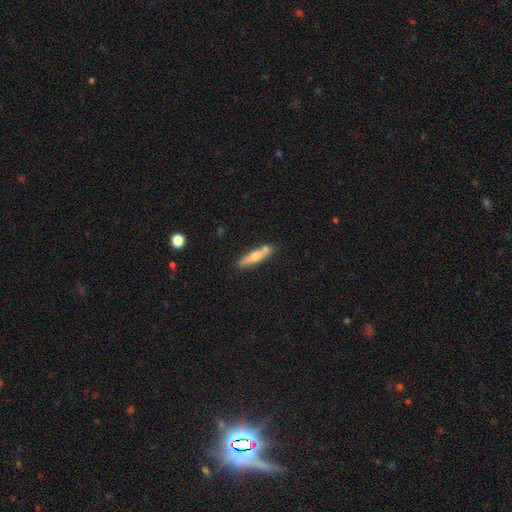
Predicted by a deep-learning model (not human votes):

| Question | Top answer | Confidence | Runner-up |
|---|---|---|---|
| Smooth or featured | smooth | 66% | featured or disk (28%) |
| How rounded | cigar-shaped | 78% | in between (20%) |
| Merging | none | 64% | merger (16%) |